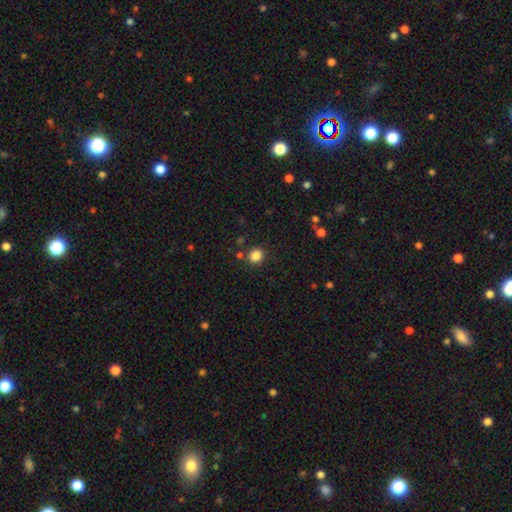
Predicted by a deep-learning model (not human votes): Overall: smooth (84%). How rounded: round (85%). Merging: none (84%).